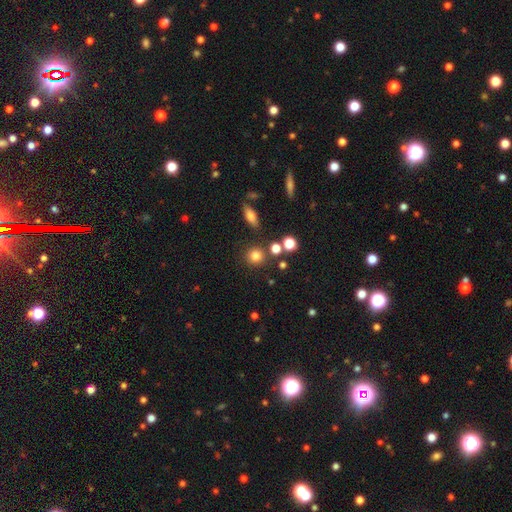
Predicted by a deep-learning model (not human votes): Smooth or featured? smooth (80%)
How rounded? round (89%)
Merging? none (81%)